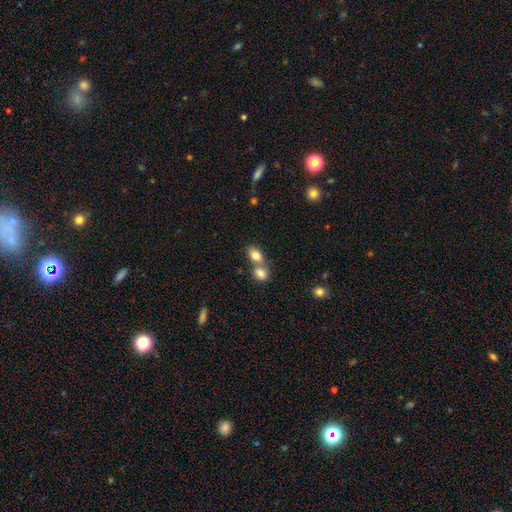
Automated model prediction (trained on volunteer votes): This is clearly a smooth galaxy (81%). How rounded: likely in between (76%). Merging: possibly merger (54%).